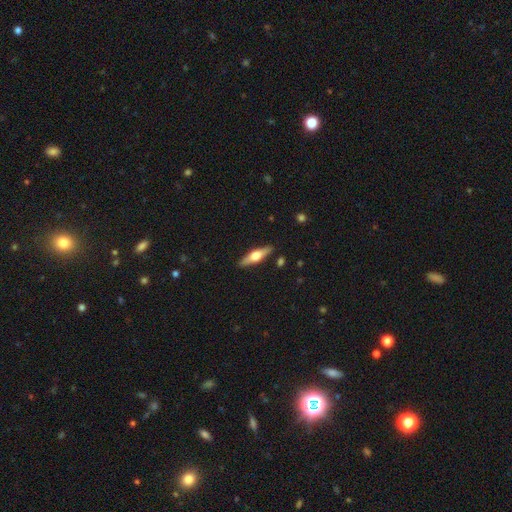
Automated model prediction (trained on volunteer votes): featured or disk 57%, smooth 38%, star or artifact 6%. Down the decision tree: edge-on disk — yes (95%); edge-on bulge — rounded (94%); merging — none (89%).